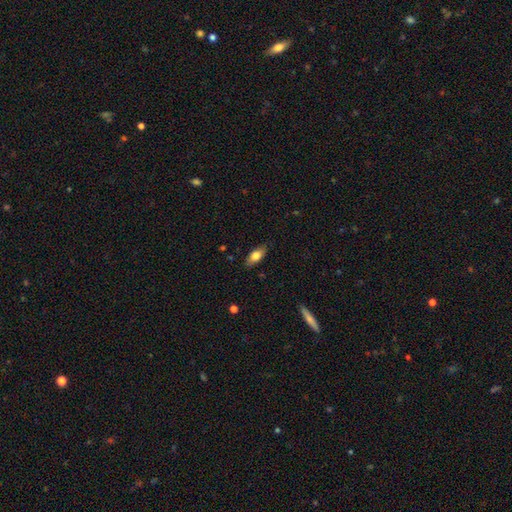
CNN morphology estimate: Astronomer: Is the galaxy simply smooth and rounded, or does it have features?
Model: smooth — 76%.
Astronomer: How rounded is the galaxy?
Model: in between — 84%.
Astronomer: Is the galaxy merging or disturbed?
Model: none — 84%.